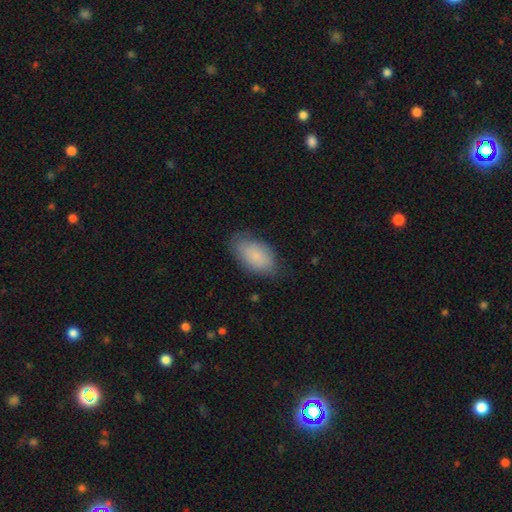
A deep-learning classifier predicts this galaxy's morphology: A smooth galaxy with no disk features (80%) that is in between round and cigar-shaped (93%). Merging: none (72%).